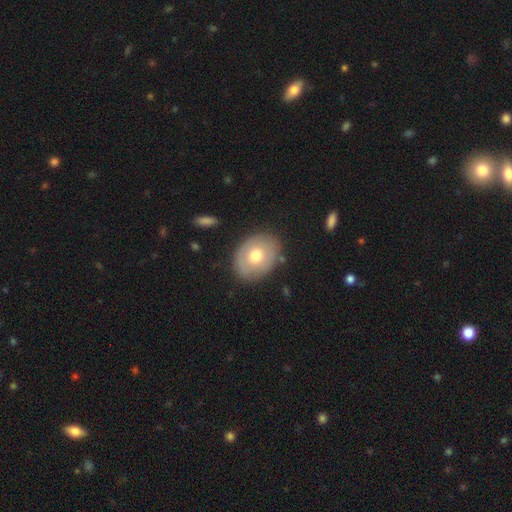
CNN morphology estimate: A smooth galaxy with no disk features (58%) that is in between round and cigar-shaped (60%).

Vote fractions:
- Smooth or featured? smooth: 58% / featured or disk: 35% / star or artifact: 7%
- How rounded? in between: 60% / round: 39% / cigar-shaped: 1%
- Merging? none: 83% / minor disturbance: 12% / major disturbance: 3% / merger: 2%